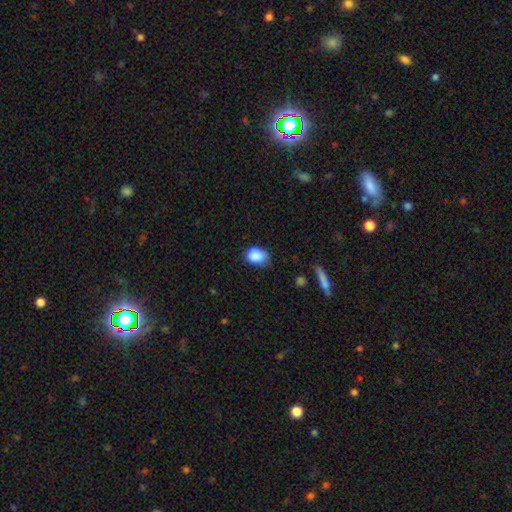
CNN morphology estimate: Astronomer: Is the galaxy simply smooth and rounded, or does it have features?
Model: smooth — 87%.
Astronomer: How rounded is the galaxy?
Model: in between — 72%.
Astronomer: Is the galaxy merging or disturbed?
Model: none — 54% (runner-up: minor disturbance, 37%).